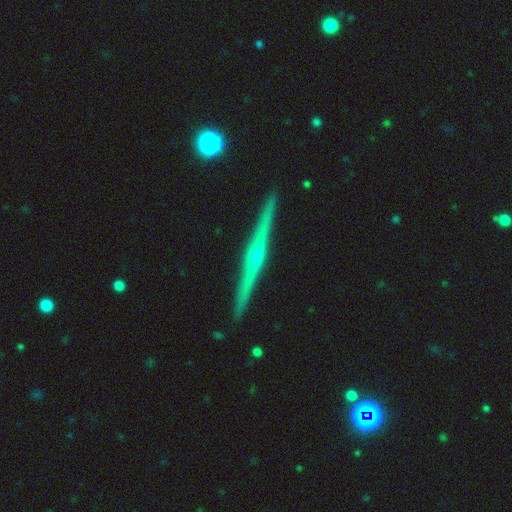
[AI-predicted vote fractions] A featured or disk galaxy (83%) viewed edge-on (98%) with a rounded central bulge (76%). Merging: none (92%).